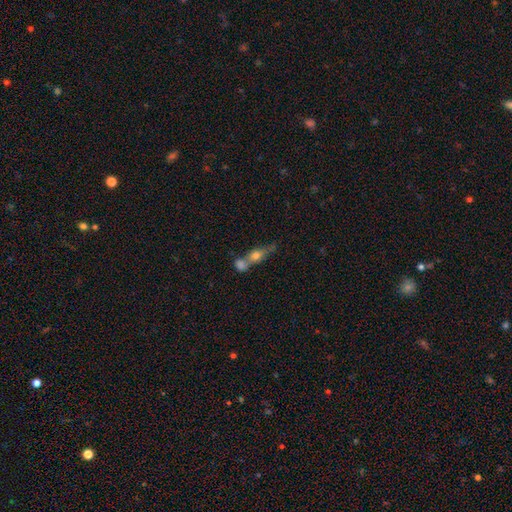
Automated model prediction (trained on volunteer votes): smooth_or_featured: featured or disk (p=0.44) [alt: smooth p=0.42]
merging: merger (p=0.50) [alt: none p=0.35]